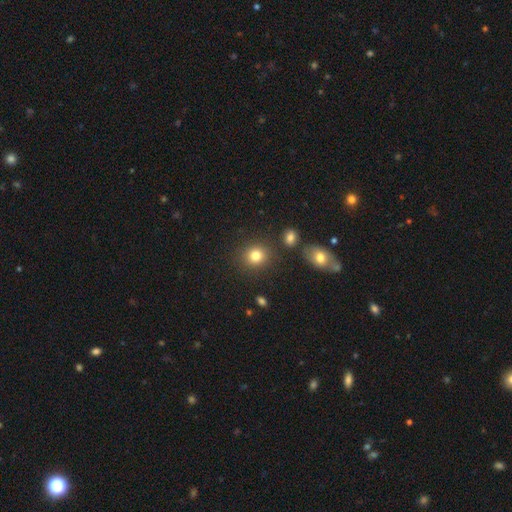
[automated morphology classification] Overall: smooth (82%). How rounded: round (80%). Merging: none (84%).